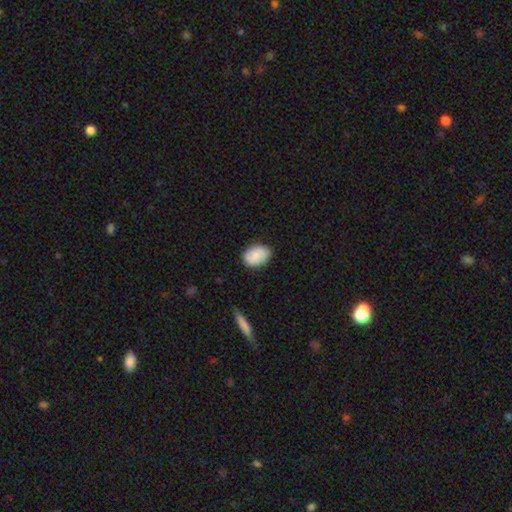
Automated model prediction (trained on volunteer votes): Smooth or featured?
  - smooth: 70% *
  - featured or disk: 23%
  - star or artifact: 7%
How rounded?
  - in between: 76% *
  - round: 23%
  - cigar-shaped: 1%
Merging?
  - none: 83% *
  - minor disturbance: 13%
  - major disturbance: 3%
  - merger: 1%